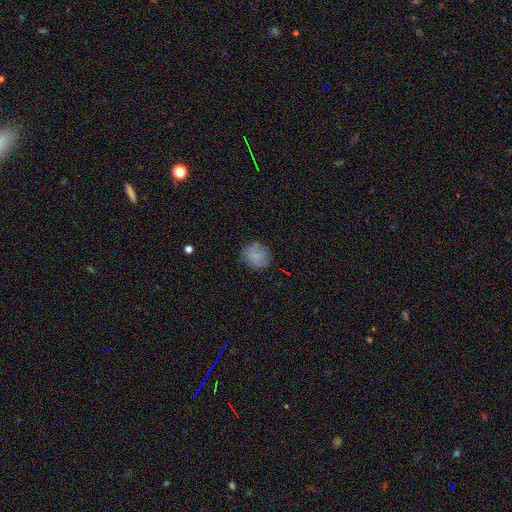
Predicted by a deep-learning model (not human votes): Smooth or featured: smooth — 78% (featured or disk — 11%)
How rounded: round — 77% (in between — 22%)
Merging: none — 77% (minor disturbance — 16%)